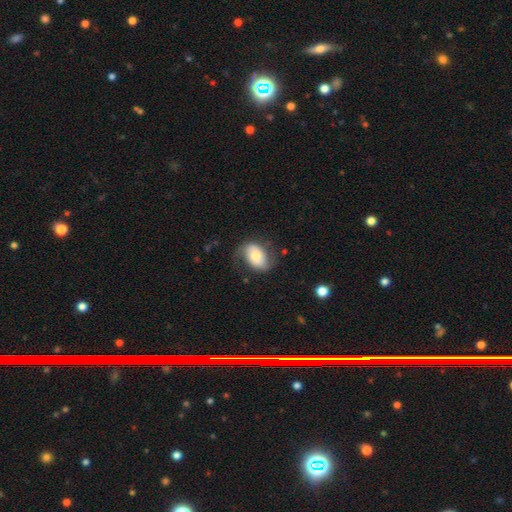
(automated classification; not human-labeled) Overall: smooth (56%; featured or disk 37%). How rounded: in between (84%). Merging: none (62%; minor disturbance 24%).